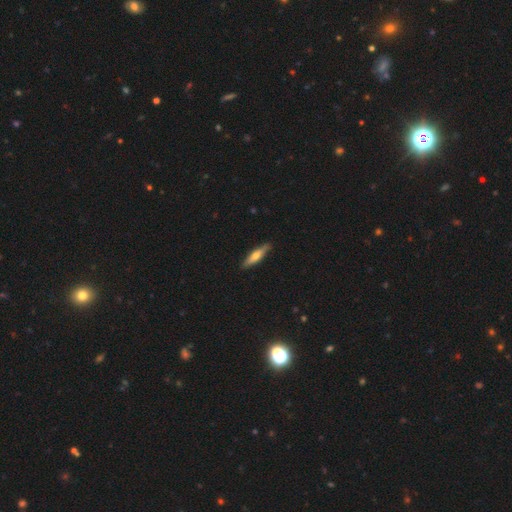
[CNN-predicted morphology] A smooth galaxy with no disk features (53%) that is cigar-shaped (78%).

Vote fractions:
- Smooth or featured? smooth: 53% / featured or disk: 41% / star or artifact: 6%
- How rounded? cigar-shaped: 78% / in between: 20% / round: 2%
- Merging? none: 87% / minor disturbance: 10% / major disturbance: 2% / merger: 1%